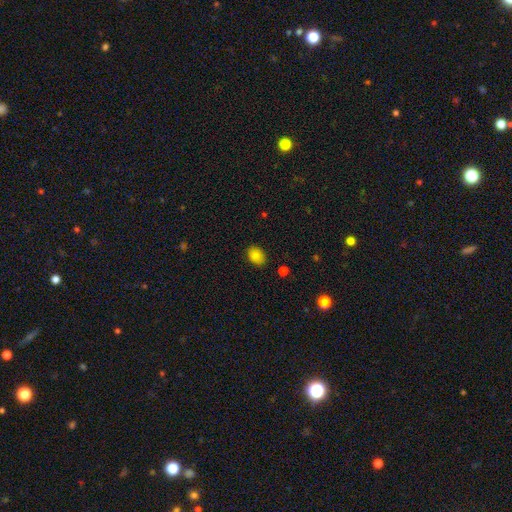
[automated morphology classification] smooth-or-featured: smooth: 84% | star or artifact: 10% | featured or disk: 6%
  how-rounded: in between: 73% | round: 26% | cigar-shaped: 1%
  merging: none: 86% | minor disturbance: 10% | major disturbance: 2% | merger: 1%